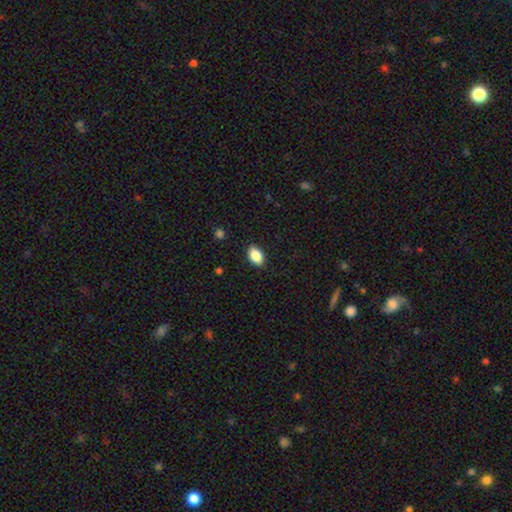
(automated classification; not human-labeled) This is clearly a smooth galaxy (87%). How rounded: clearly in between (89%). Merging: clearly none (88%).